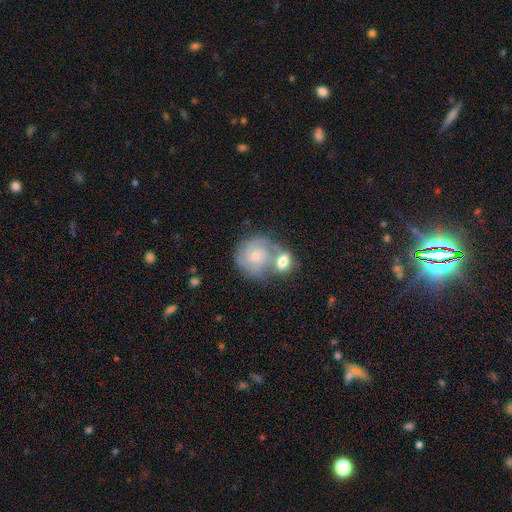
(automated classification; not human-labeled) Smooth or featured? Predicted: featured or disk (p=0.62). Edge-on disk? Predicted: no (p=0.97). Bar? Predicted: no (p=0.72). Spiral arms? Predicted: yes (p=0.86). Spiral winding? Predicted: tight (p=0.57). Spiral arm count? Predicted: 2 (p=0.34). Bulge size? Predicted: small (p=0.56). Merging? Predicted: merger (p=0.50).